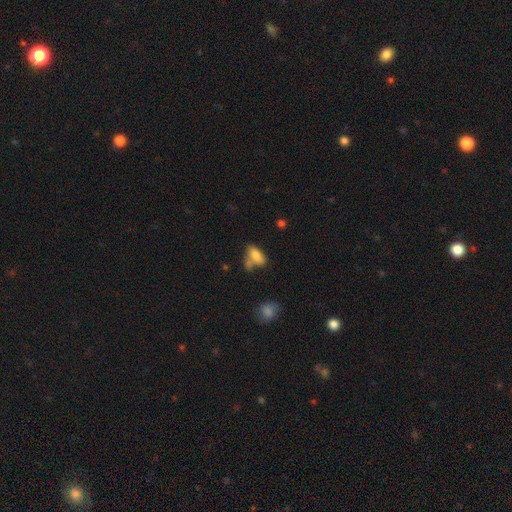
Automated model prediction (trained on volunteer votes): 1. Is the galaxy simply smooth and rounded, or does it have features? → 80% smooth, 11% featured or disk, 9% star or artifact.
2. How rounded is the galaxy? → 87% in between, 9% cigar-shaped, 4% round.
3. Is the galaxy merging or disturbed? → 45% none, 26% merger, 20% minor disturbance, 9% major disturbance.